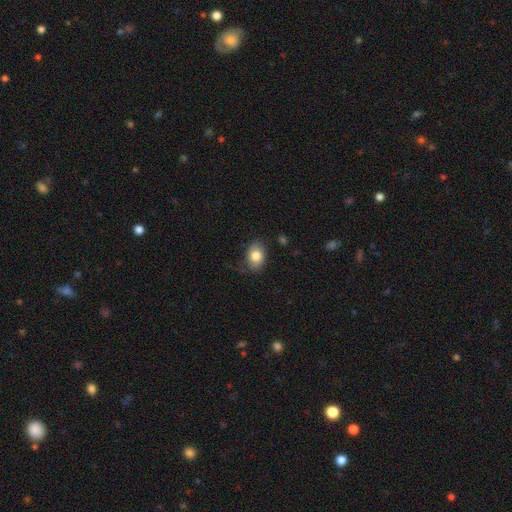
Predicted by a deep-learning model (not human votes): This appears to be a smooth galaxy with no disk features (81%) that is in between round and cigar-shaped (73%). Merging: none (71%).